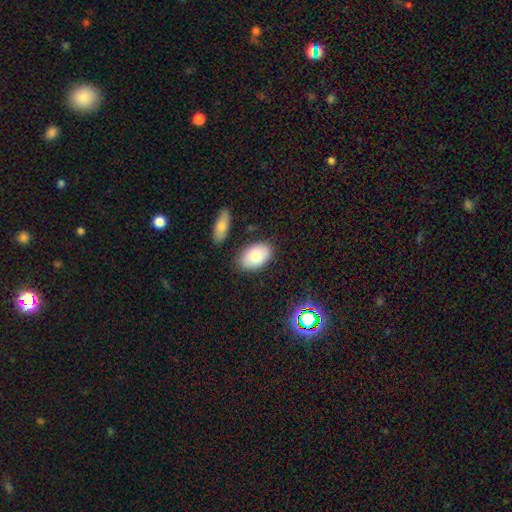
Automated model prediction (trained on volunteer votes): Morphology: type=smooth (80%); roundness=in between (91%); merging=none (82%).